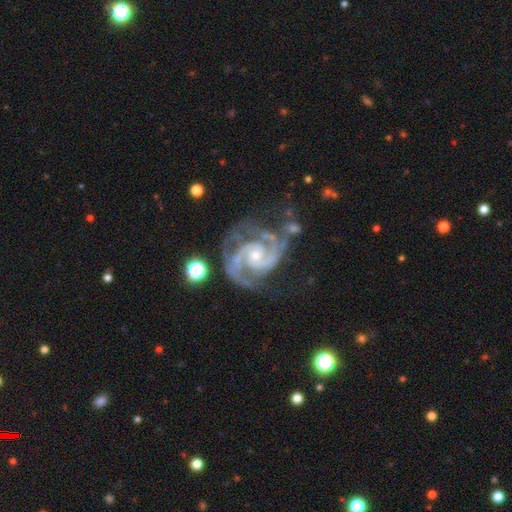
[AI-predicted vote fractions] Morphology: type=featured or disk (93%); edge-on=no (98%); bar=no (58%); spiral arms=yes (99%); winding=tight (48%); arm count=2 (78%); bulge=small (59%); merging=none (61%).